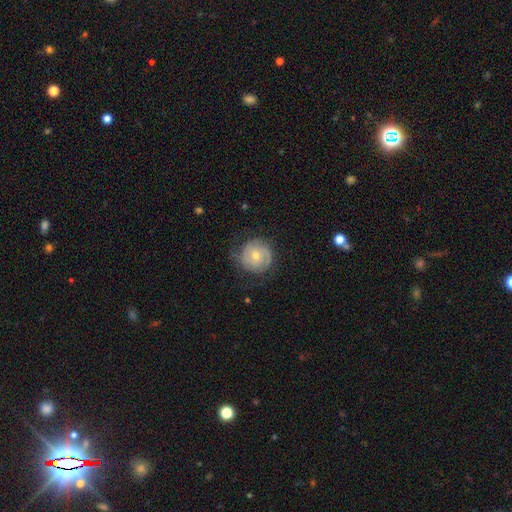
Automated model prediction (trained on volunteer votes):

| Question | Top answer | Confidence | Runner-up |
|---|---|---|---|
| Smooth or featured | featured or disk | 57% | smooth (36%) |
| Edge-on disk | no | 97% | yes (3%) |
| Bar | no | 74% | weak (22%) |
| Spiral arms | yes | 78% | no (22%) |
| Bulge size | moderate | 51% | small (45%) |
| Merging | none | 68% | minor disturbance (21%) |